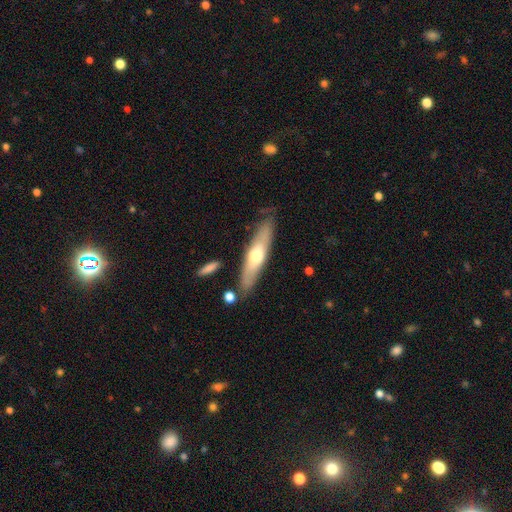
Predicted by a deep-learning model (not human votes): Smooth or featured?
  - smooth: 49% *
  - featured or disk: 45%
  - star or artifact: 5%
Merging?
  - none: 79% *
  - minor disturbance: 14%
  - merger: 3%
  - major disturbance: 3%